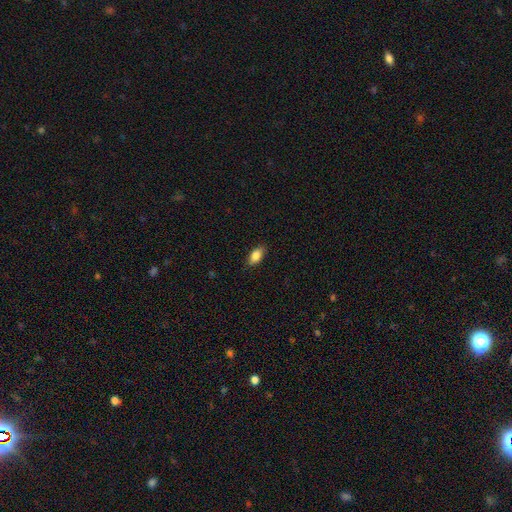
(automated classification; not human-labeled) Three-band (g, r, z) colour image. It shows a smooth galaxy with no disk features (85%) that is in between round and cigar-shaped (89%). Merging: none (84%).